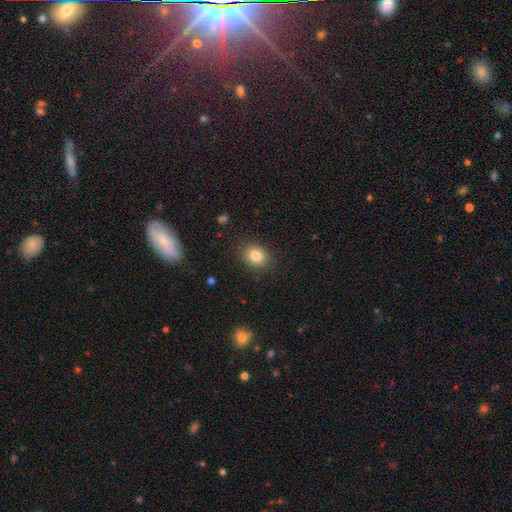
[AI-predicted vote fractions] Q: Smooth or featured?
A: smooth (82%); runner-up: star or artifact (11%)
Q: How rounded?
A: round (56%); runner-up: in between (44%)
Q: Merging?
A: none (88%); runner-up: minor disturbance (9%)